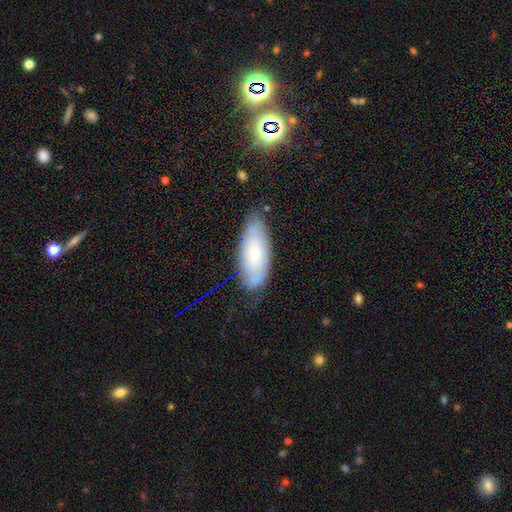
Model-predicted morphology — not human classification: smooth-or-featured: smooth: 59% | featured or disk: 33% | star or artifact: 9%
  how-rounded: in between: 78% | cigar-shaped: 20% | round: 2%
  merging: none: 72% | minor disturbance: 21% | major disturbance: 5% | merger: 2%